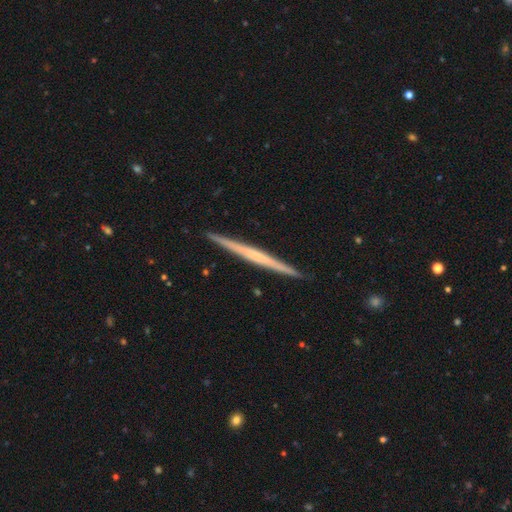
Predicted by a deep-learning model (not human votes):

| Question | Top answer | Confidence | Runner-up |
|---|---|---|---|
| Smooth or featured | featured or disk | 67% | smooth (28%) |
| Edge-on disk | yes | 98% | no (2%) |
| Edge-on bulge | none | 71% | rounded (20%) |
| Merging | none | 93% | minor disturbance (5%) |